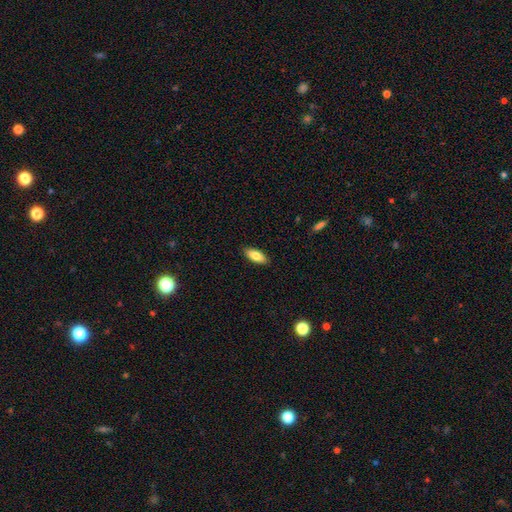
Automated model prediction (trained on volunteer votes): Smooth or featured: smooth — 82% (featured or disk — 11%)
How rounded: in between — 79% (cigar-shaped — 19%)
Merging: none — 89% (minor disturbance — 8%)